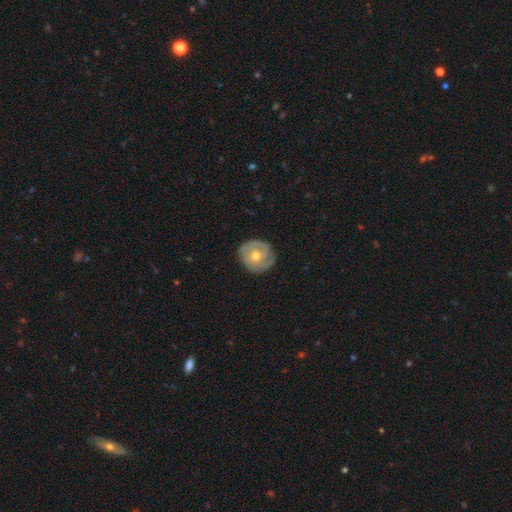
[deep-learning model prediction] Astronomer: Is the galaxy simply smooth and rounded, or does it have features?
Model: featured or disk — 77%.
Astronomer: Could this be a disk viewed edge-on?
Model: no — 97%.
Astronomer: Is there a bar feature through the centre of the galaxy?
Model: no — 79%.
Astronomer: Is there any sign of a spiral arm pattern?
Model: yes — 90%.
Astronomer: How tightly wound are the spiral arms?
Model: tight — 69%.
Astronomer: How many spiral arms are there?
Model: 3 — 32% (runner-up: 2, 28%).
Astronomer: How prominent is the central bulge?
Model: moderate — 73%.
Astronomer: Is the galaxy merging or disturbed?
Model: none — 79%.